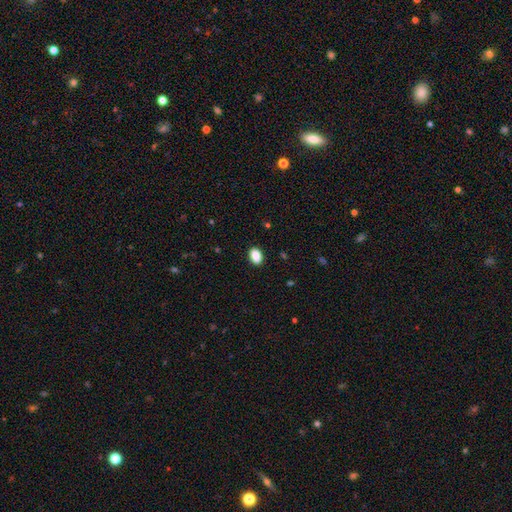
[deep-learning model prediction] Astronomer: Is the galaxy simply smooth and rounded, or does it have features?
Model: smooth — 89%.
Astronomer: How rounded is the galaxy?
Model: in between — 87%.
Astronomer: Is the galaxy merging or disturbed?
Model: none — 90%.